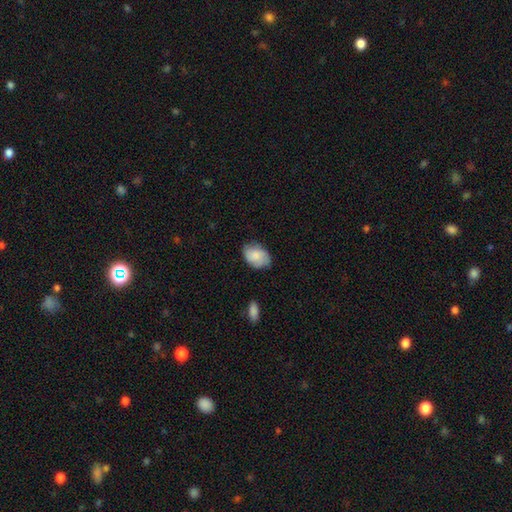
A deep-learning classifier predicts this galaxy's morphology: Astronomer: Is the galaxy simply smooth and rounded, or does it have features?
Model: smooth — 81%.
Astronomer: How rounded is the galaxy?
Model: in between — 82%.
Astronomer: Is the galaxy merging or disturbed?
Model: none — 74%.